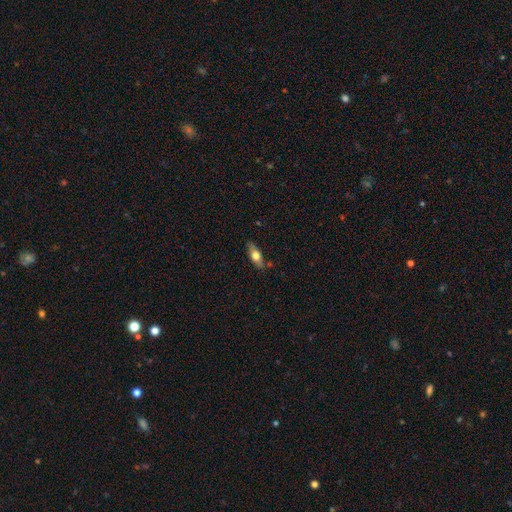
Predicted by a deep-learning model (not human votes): Smooth or featured?
  - smooth: 58% *
  - featured or disk: 36%
  - star or artifact: 7%
How rounded?
  - in between: 71% *
  - cigar-shaped: 25%
  - round: 4%
Merging?
  - none: 78% *
  - minor disturbance: 16%
  - major disturbance: 3%
  - merger: 3%